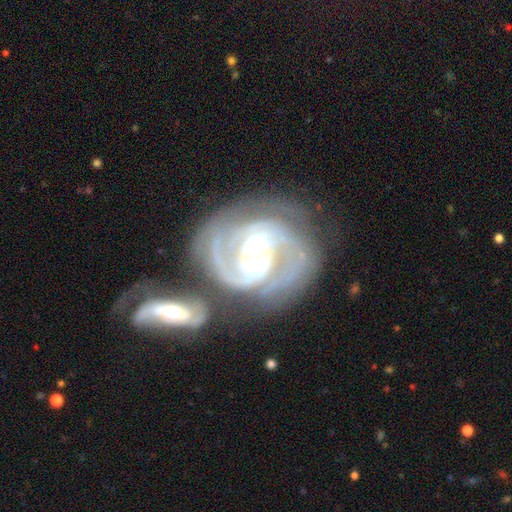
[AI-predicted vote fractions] This appears to be a featured or disk galaxy (91%) with a weak bar (42%), 2 (65%) tight (59%) spiral arms (97%) and a moderate central bulge (65%). Merging: none (47%).